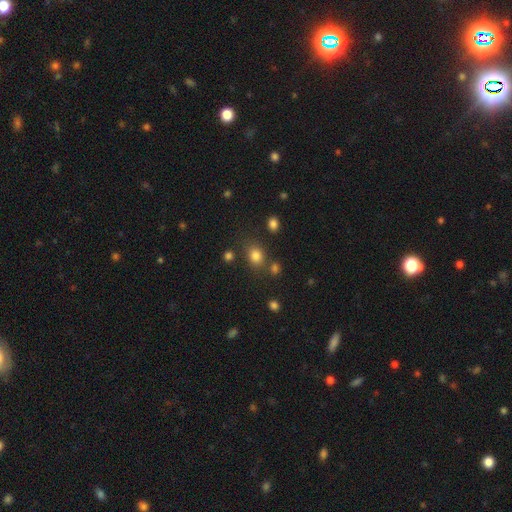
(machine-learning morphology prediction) A smooth galaxy with no disk features (80%) that is round (54%).

Vote fractions:
- Smooth or featured? smooth: 80% / star or artifact: 13% / featured or disk: 6%
- How rounded? round: 54% / in between: 45% / cigar-shaped: 1%
- Merging? none: 73% / minor disturbance: 13% / merger: 9% / major disturbance: 5%